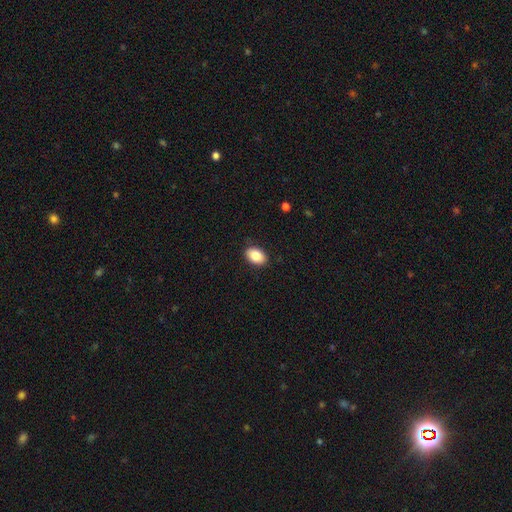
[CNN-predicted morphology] smooth_or_featured: smooth (p=0.86) [alt: star or artifact p=0.07]
how_rounded: in between (p=0.88) [alt: round p=0.11]
merging: none (p=0.87) [alt: minor disturbance p=0.10]